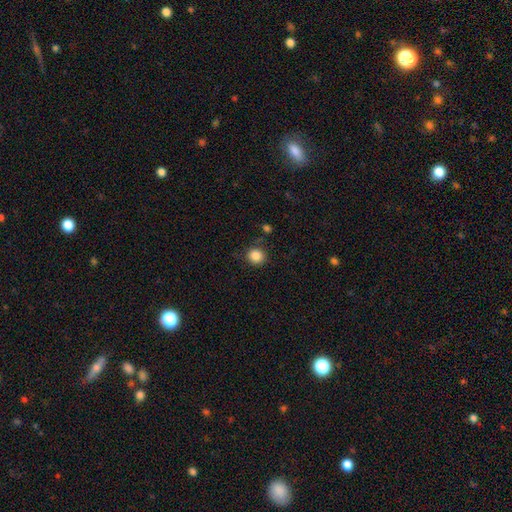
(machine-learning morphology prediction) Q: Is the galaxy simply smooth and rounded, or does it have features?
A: smooth — 86%.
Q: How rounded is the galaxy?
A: round — 90%.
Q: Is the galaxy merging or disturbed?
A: none — 83%.